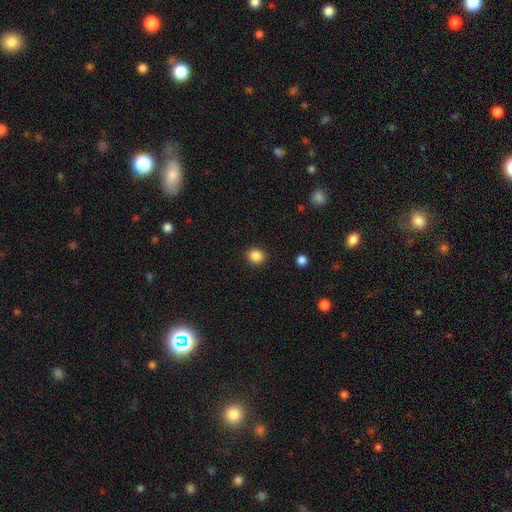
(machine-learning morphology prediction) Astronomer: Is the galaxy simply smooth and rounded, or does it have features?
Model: smooth — 87%.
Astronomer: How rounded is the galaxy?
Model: round — 74%.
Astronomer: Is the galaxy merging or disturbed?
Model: none — 91%.